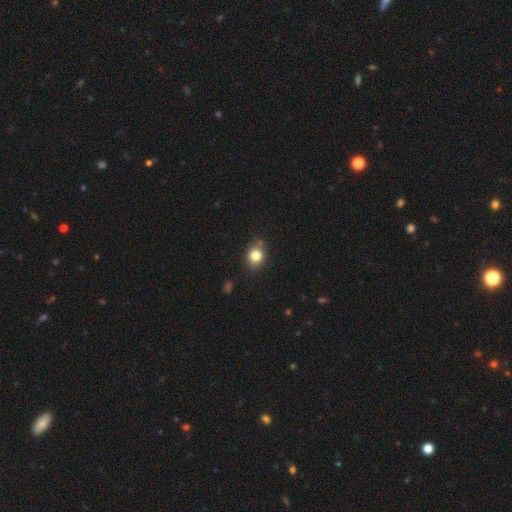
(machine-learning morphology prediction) Smooth or featured? Predicted: smooth (p=0.82). How rounded? Predicted: round (p=0.69). Merging? Predicted: none (p=0.78).